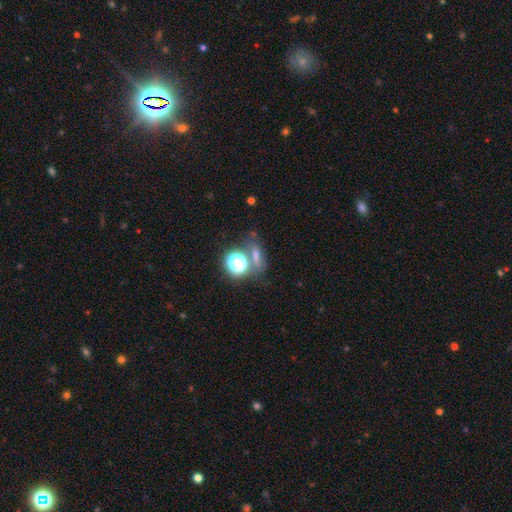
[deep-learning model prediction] Smooth or featured: smooth — 51% (star or artifact — 35%)
How rounded: round — 43% (in between — 39%)
Merging: none — 60% (merger — 19%)